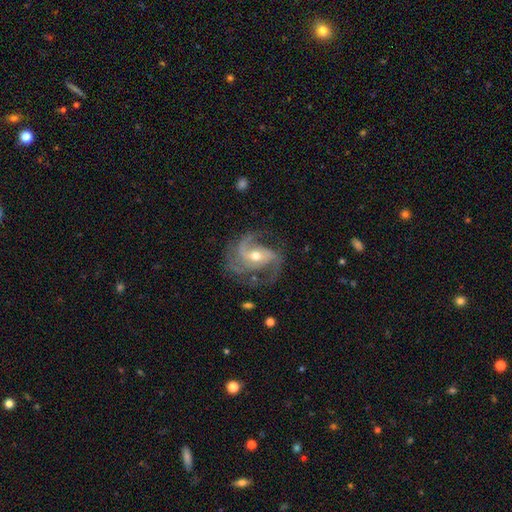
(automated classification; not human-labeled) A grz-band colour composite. It shows a featured or disk galaxy (90%) with a weak bar (39%), 3 (42%) medium (54%) spiral arms (98%) and a moderate central bulge (61%). Merging: none (67%).